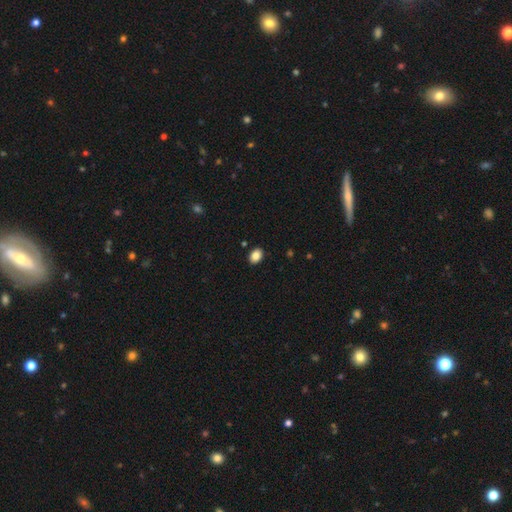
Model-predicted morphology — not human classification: A smooth galaxy with no disk features (86%) that is in between round and cigar-shaped (76%). Merging: none (89%).